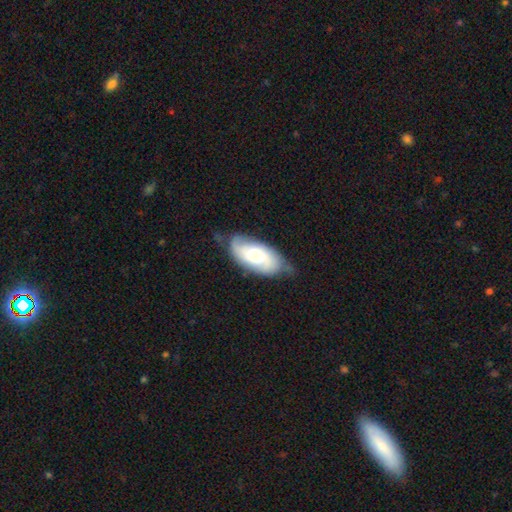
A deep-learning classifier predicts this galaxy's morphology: This is possibly a featured or disk galaxy (57%). It is clearly not viewed edge-on (93%). Bar: likely no (67%). Spiral arm pattern: clearly yes (88%). Central bulge: possibly moderate (48%). Merging: possibly none (60%).